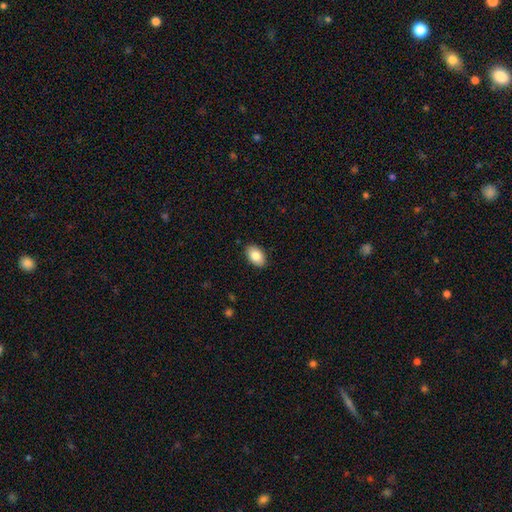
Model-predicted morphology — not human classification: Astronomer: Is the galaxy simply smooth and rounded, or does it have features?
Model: smooth — 85%.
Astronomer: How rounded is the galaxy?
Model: in between — 91%.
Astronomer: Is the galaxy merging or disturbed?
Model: none — 89%.